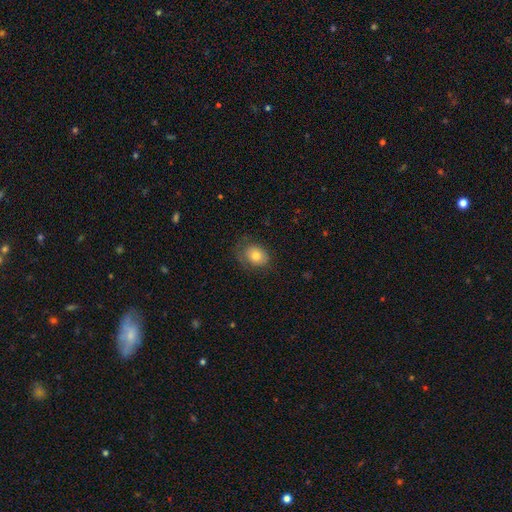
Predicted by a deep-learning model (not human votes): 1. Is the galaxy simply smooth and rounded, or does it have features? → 74% smooth, 17% featured or disk, 9% star or artifact.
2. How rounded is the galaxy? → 52% in between, 47% round, 1% cigar-shaped.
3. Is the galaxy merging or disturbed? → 66% none, 23% minor disturbance, 10% major disturbance, 1% merger.